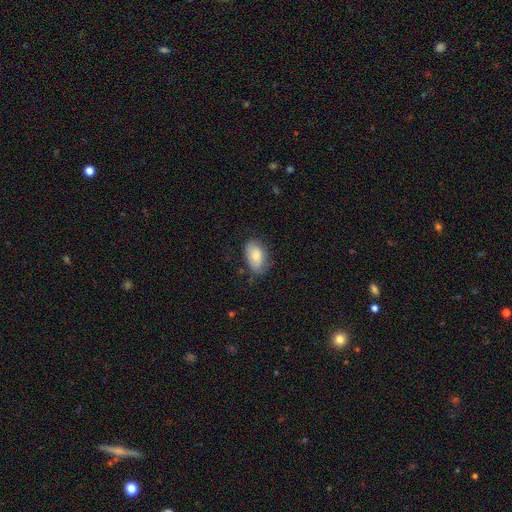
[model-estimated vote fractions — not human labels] Smooth or featured: smooth — 78% (featured or disk — 15%)
How rounded: in between — 92% (round — 7%)
Merging: none — 66% (minor disturbance — 26%)